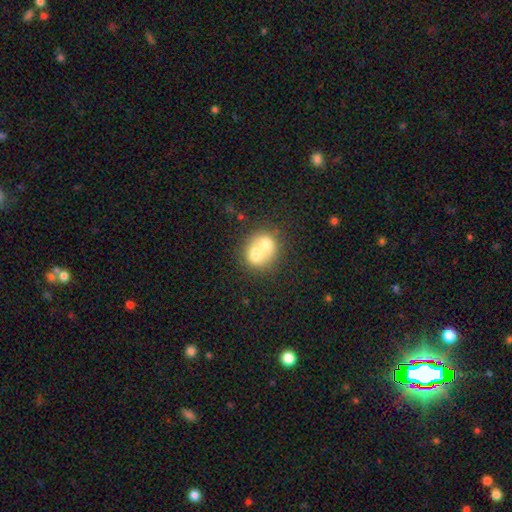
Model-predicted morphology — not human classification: This is likely a smooth galaxy (64%). How rounded: likely round (66%). Merging: likely merger (71%).